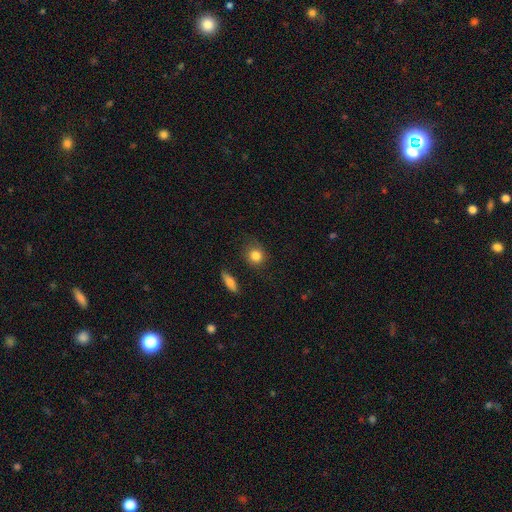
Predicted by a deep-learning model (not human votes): Smooth or featured? smooth (84%)
How rounded? round (80%)
Merging? none (74%)